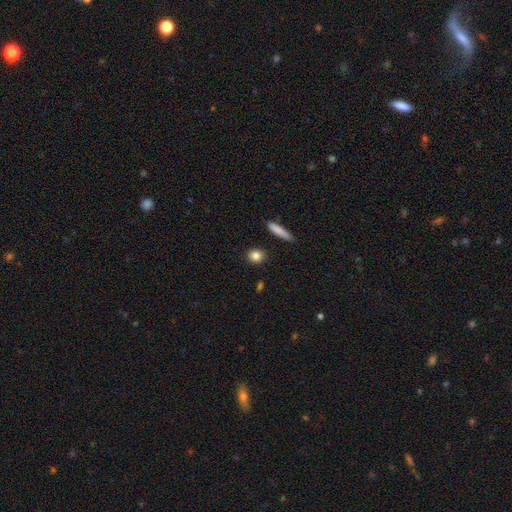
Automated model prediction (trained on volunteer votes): Smooth or featured? Predicted: smooth (p=0.85). How rounded? Predicted: round (p=0.64). Merging? Predicted: none (p=0.89).